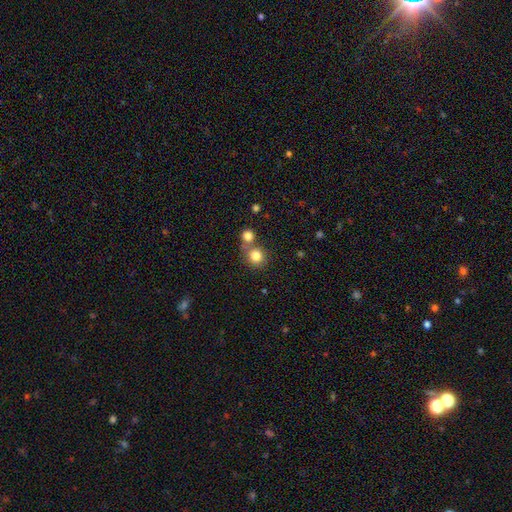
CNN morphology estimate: smooth-or-featured: smooth: 80% | star or artifact: 12% | featured or disk: 8%
  how-rounded: round: 88% | in between: 11% | cigar-shaped: 1%
  merging: none: 57% | merger: 33% | minor disturbance: 8% | major disturbance: 3%